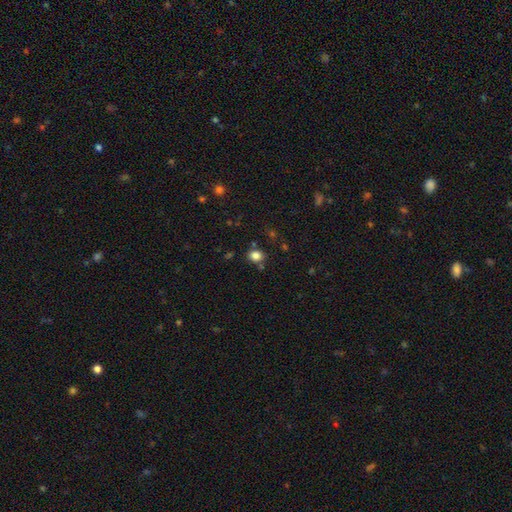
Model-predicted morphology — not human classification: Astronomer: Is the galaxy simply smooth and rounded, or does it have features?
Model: smooth — 82%.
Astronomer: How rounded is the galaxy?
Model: round — 60% (runner-up: in between, 39%).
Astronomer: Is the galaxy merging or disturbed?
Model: none — 77%.